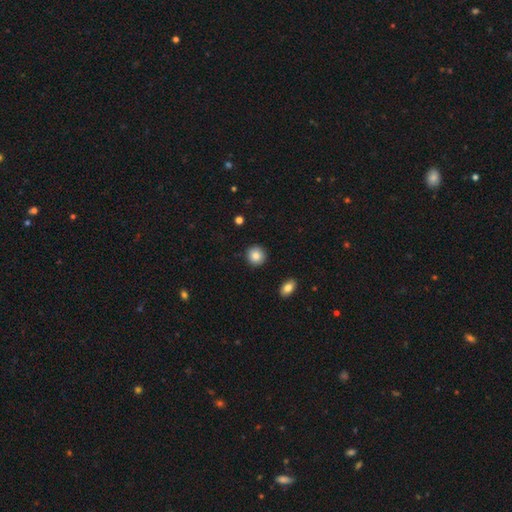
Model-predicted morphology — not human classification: Smooth or featured? Predicted: smooth (p=0.86). How rounded? Predicted: round (p=0.91). Merging? Predicted: none (p=0.91).